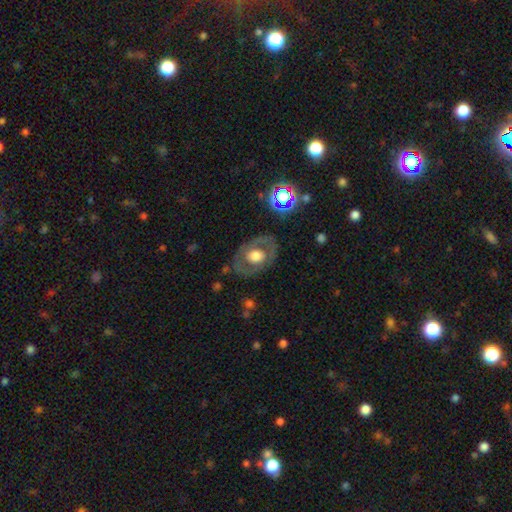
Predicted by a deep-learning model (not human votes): Morphology: type=featured or disk (52%); edge-on=no (93%); merging=none (77%).